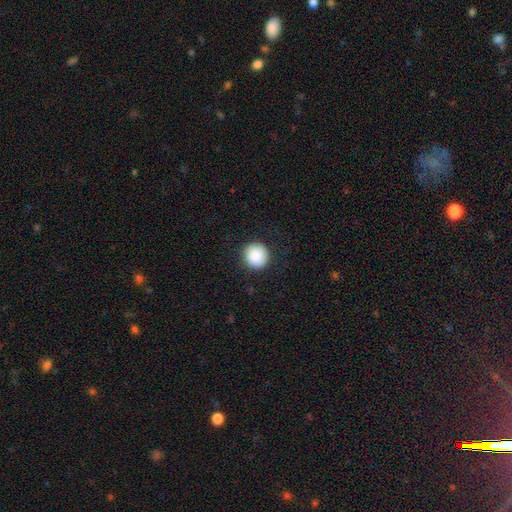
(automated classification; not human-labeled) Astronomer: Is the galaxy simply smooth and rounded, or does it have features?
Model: smooth — 88%.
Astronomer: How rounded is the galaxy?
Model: round — 93%.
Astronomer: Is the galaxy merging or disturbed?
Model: none — 89%.